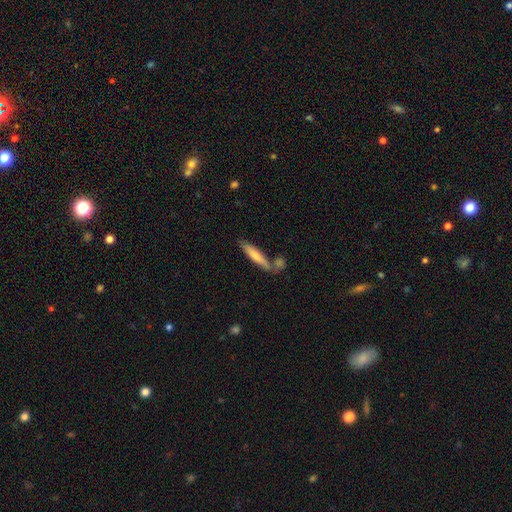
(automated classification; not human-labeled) smooth_or_featured: smooth (p=0.69) [alt: featured or disk p=0.25]
how_rounded: cigar-shaped (p=0.86) [alt: in between p=0.12]
merging: none (p=0.69) [alt: minor disturbance p=0.14]